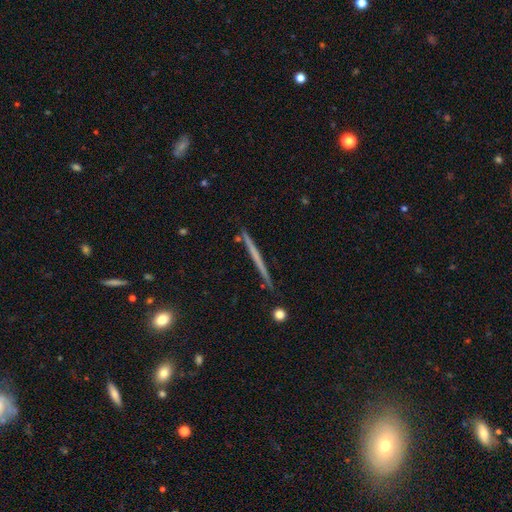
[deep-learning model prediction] Overall: featured or disk (58%; smooth 36%). Edge-on disk: yes (98%). Edge-on bulge: none (90%). Merging: none (90%).